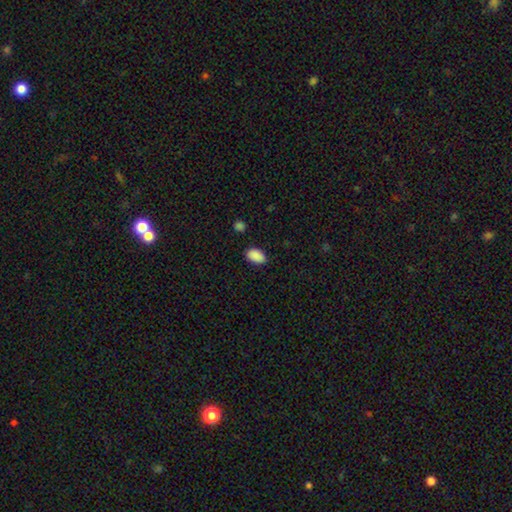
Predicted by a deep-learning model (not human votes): smooth-or-featured: smooth: 90% | star or artifact: 8% | featured or disk: 3%
  how-rounded: in between: 92% | round: 7% | cigar-shaped: 1%
  merging: none: 86% | minor disturbance: 10% | major disturbance: 2% | merger: 1%